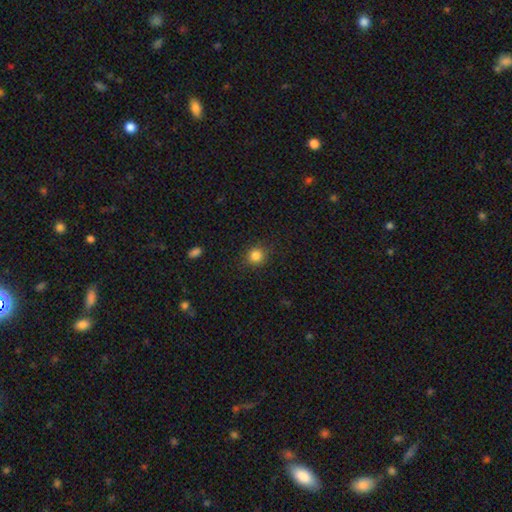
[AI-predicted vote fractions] Morphology: type=smooth (84%); roundness=round (88%); merging=none (87%).